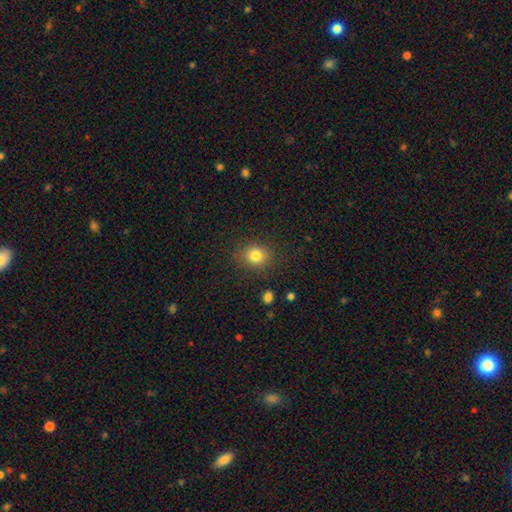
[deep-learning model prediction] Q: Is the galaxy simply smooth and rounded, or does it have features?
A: smooth — 82%.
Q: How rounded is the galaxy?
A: round — 74%.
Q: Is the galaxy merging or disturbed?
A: none — 86%.